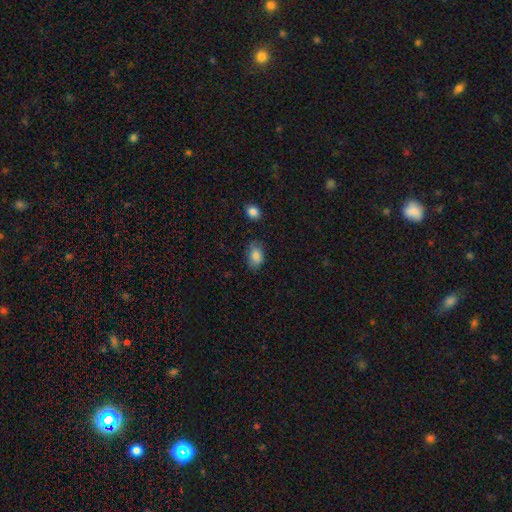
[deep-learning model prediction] The model was most divided on "merging": none: 71%, minor disturbance: 22%, major disturbance: 5%, merger: 2%. More confident: smooth or featured — smooth (84%); how rounded — in between (83%).